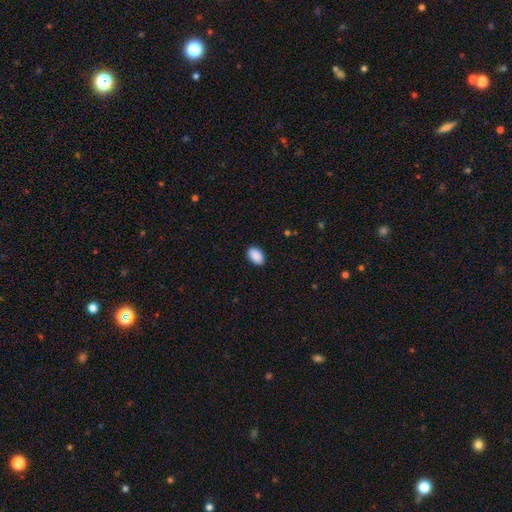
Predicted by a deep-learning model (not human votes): Smooth or featured? smooth (91%)
How rounded? in between (91%)
Merging? none (88%)